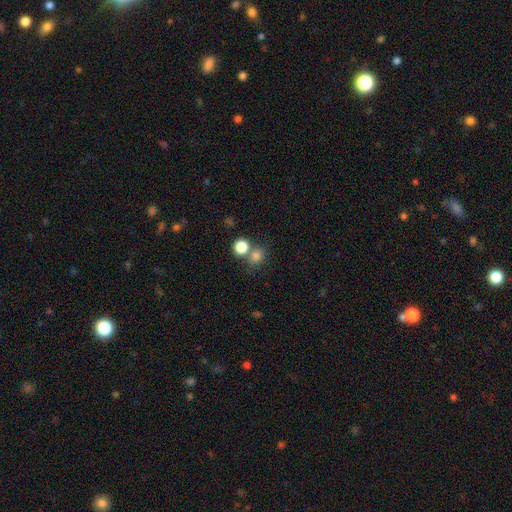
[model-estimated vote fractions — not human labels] Smooth or featured? smooth (79%)
How rounded? round (74%)
Merging? none (56%)